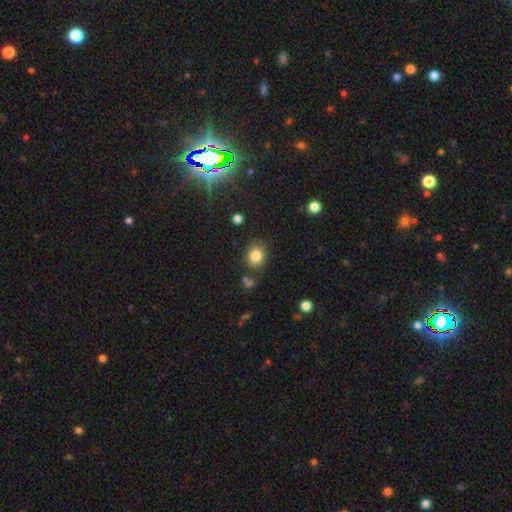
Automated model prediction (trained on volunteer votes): smooth_or_featured: smooth (p=0.82) [alt: star or artifact p=0.11]
how_rounded: round (p=0.59) [alt: in between p=0.40]
merging: none (p=0.80) [alt: minor disturbance p=0.11]